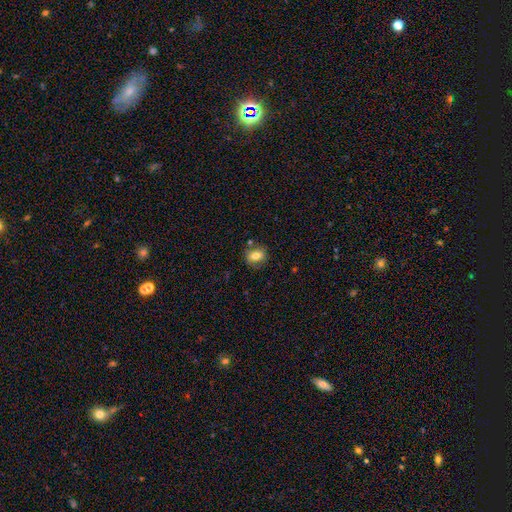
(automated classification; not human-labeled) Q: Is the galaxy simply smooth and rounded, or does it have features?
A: smooth — 76%.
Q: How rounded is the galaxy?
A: round — 54%.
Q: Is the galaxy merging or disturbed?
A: none — 80%.